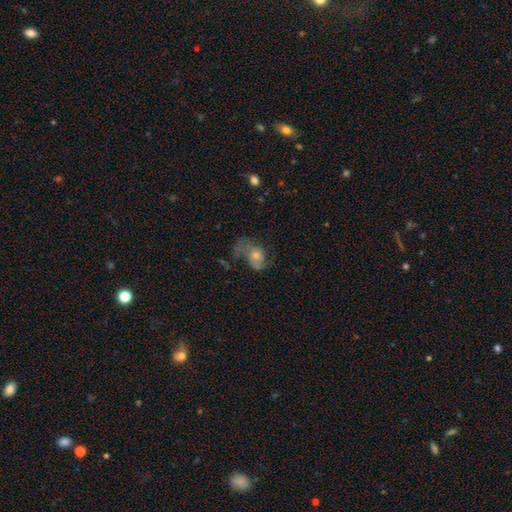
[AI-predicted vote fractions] The model was most divided on "bulge size": moderate: 48%, small: 38%, large: 8%, none: 5%, dominant: 2%. Remaining: edge-on disk — no (97%); bar — no (77%); spiral arms — yes (76%); smooth or featured — featured or disk (57%); merging — major disturbance (42%).